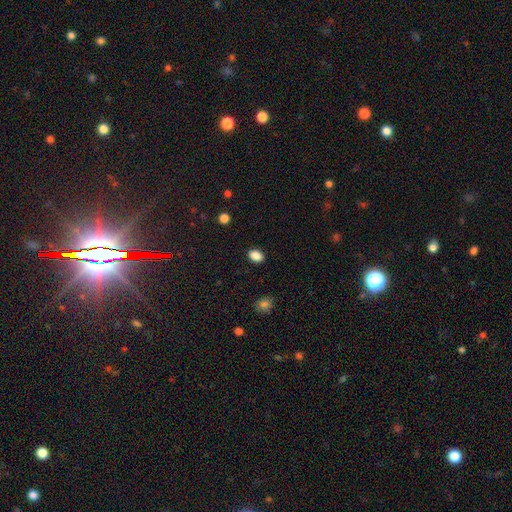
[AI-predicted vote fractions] The model was most divided on "how rounded": in between: 78%, round: 21%, cigar-shaped: 1%. More confident: merging — none (89%); smooth or featured — smooth (88%).